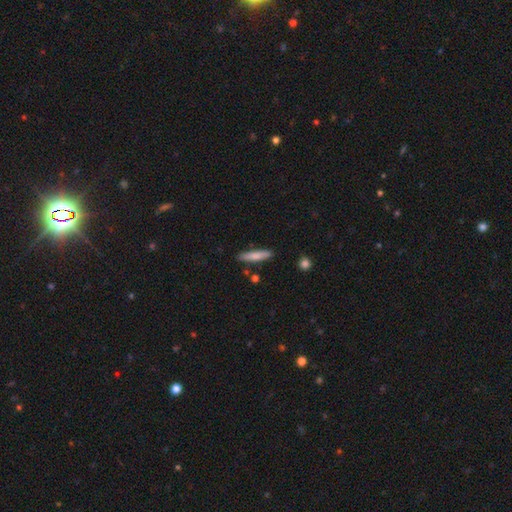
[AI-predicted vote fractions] Q: Smooth or featured?
A: smooth (75%); runner-up: featured or disk (19%)
Q: How rounded?
A: cigar-shaped (85%); runner-up: in between (14%)
Q: Merging?
A: none (85%); runner-up: minor disturbance (10%)